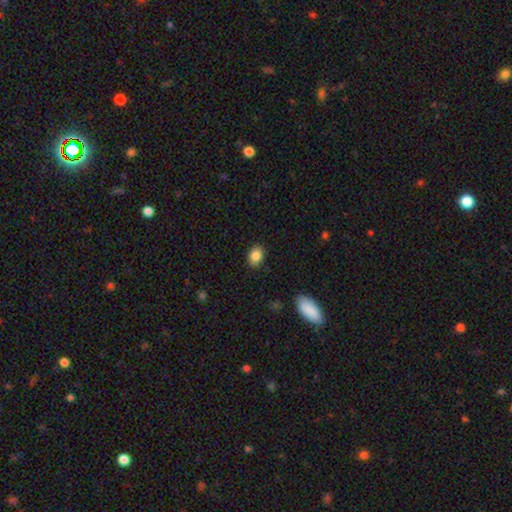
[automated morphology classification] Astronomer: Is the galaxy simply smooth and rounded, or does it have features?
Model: smooth — 86%.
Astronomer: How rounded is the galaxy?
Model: in between — 71%.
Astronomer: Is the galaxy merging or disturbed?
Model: none — 87%.